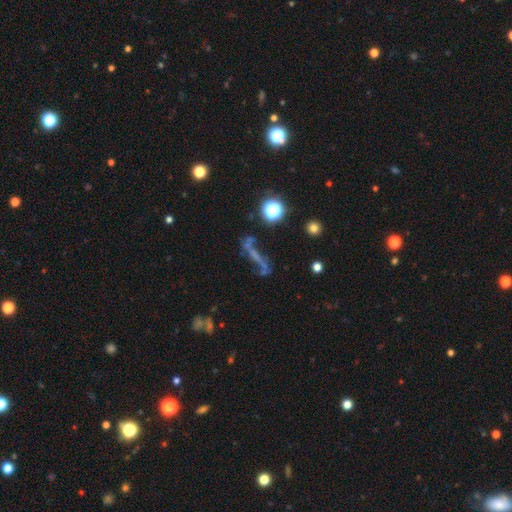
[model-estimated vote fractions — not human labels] smooth_or_featured: featured or disk (p=0.41) [alt: star or artifact p=0.31]
merging: none (p=0.54) [alt: major disturbance p=0.17]